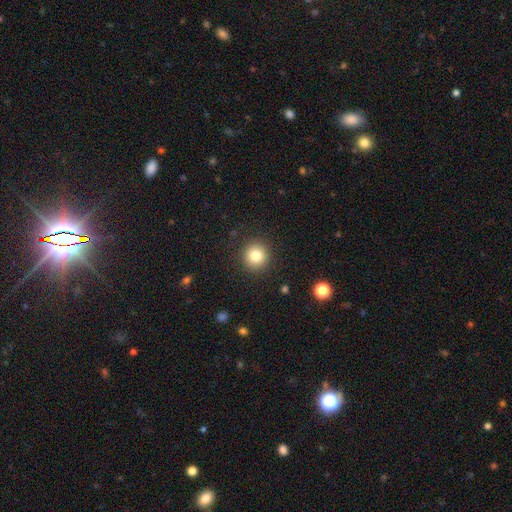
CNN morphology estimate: The model was most divided on "smooth or featured": smooth: 81%, star or artifact: 11%, featured or disk: 8%. More confident: how rounded — round (93%); merging — none (91%).